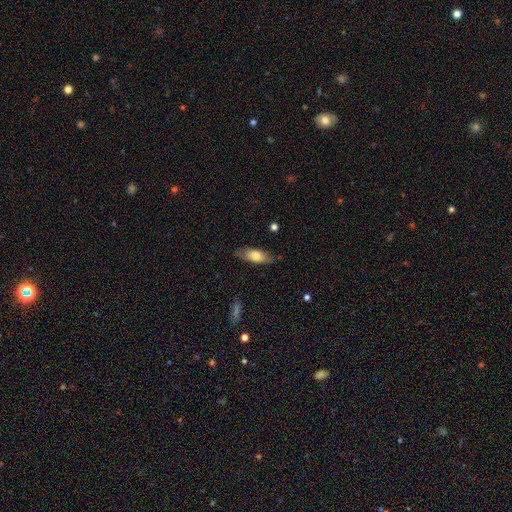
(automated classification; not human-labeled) Morphology: type=smooth (69%); roundness=in between (73%); merging=none (77%).